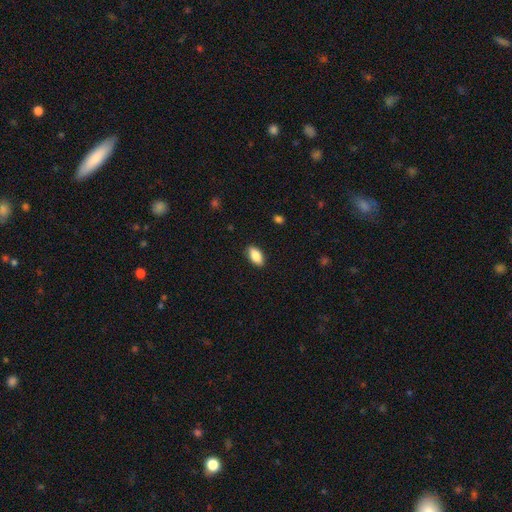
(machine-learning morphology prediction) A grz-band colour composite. It shows a smooth galaxy with no disk features (86%) that is in between round and cigar-shaped (91%). Merging: none (88%).